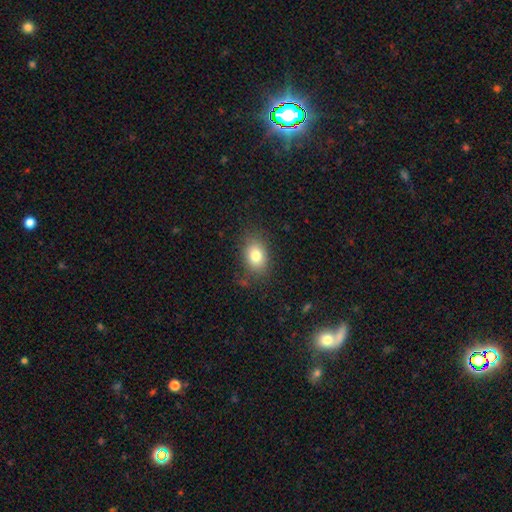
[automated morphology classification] The model was most divided on "how rounded": in between: 70%, round: 29%, cigar-shaped: 1%. More confident: merging — none (80%); smooth or featured — smooth (80%).